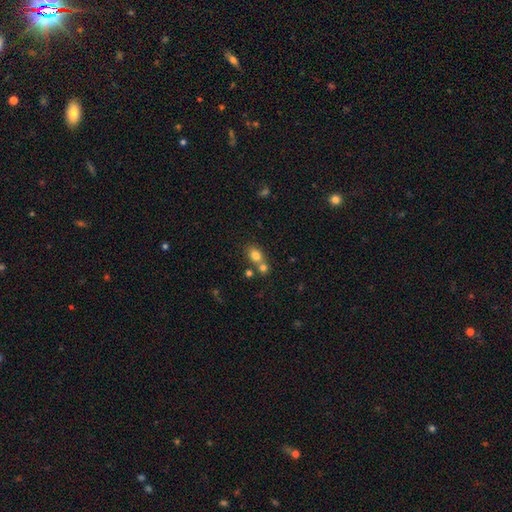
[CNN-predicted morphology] smooth 77%, star or artifact 12%, featured or disk 10%. Down the decision tree: how rounded — in between (50%); merging — none (45%).